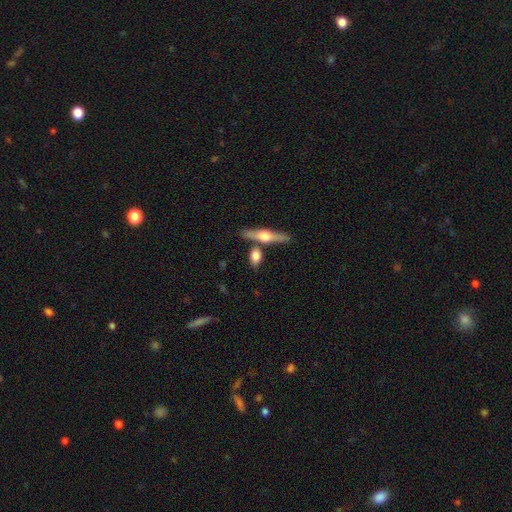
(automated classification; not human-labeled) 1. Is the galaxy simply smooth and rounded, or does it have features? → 61% smooth, 32% featured or disk, 7% star or artifact.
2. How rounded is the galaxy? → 61% in between, 25% cigar-shaped, 14% round.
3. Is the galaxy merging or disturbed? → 64% none, 21% merger, 11% minor disturbance, 3% major disturbance.